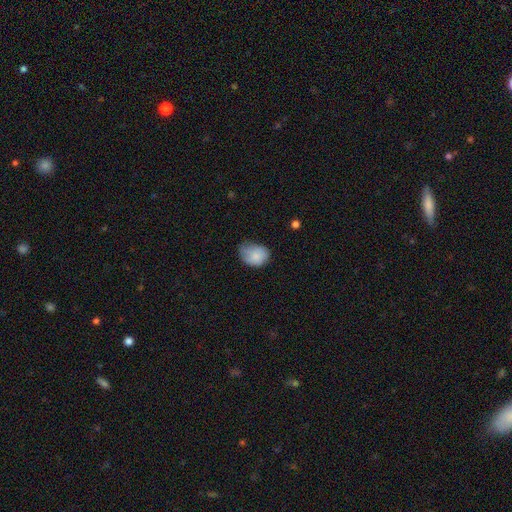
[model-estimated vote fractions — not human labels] Q: Smooth or featured?
A: smooth (83%); runner-up: featured or disk (9%)
Q: How rounded?
A: in between (60%); runner-up: round (39%)
Q: Merging?
A: minor disturbance (44%); runner-up: none (41%)